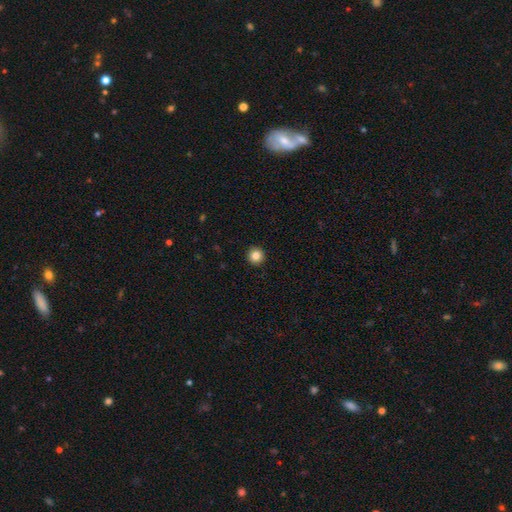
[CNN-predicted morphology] A smooth galaxy with no disk features (85%) that is round (96%). Merging: none (94%).